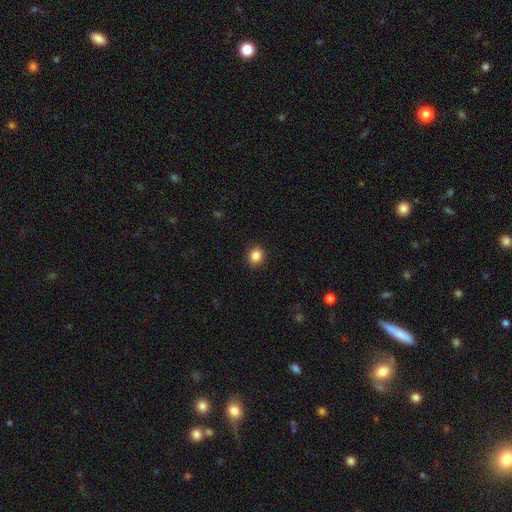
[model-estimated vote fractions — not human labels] smooth_or_featured: smooth (p=0.86) [alt: star or artifact p=0.10]
how_rounded: round (p=0.73) [alt: in between p=0.26]
merging: none (p=0.91) [alt: minor disturbance p=0.06]